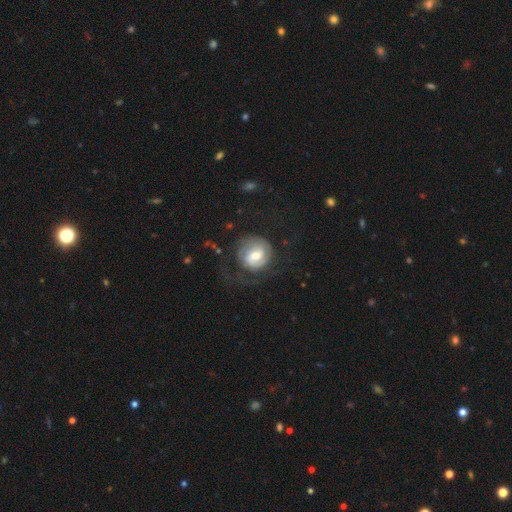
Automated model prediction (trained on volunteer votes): Smooth or featured: featured or disk — 64% (smooth — 29%)
Edge-on disk: no — 97% (yes — 3%)
Bar: weak — 51% (no — 33%)
Spiral arms: yes — 84% (no — 16%)
Spiral winding: tight — 43% (medium — 34%)
Spiral arm count: 2 — 48% (can't tell — 25%)
Bulge size: moderate — 63% (small — 22%)
Merging: none — 52% (major disturbance — 30%)